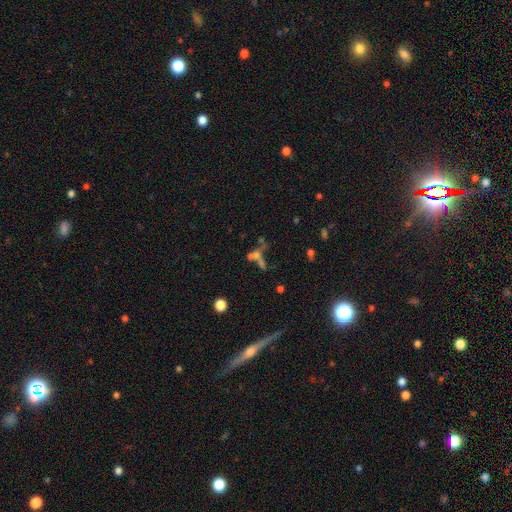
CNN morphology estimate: A smooth galaxy with no disk features (39%). Merging: merger (46%).